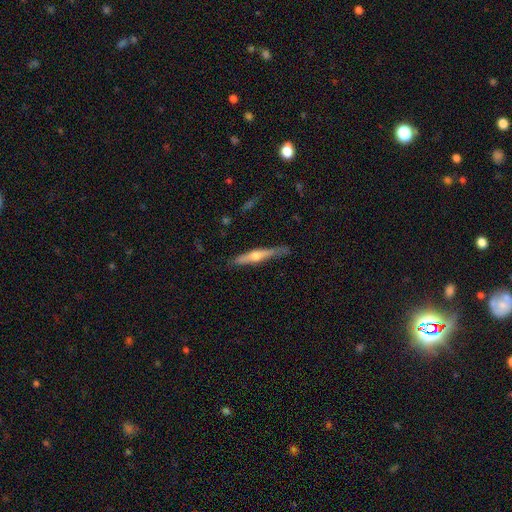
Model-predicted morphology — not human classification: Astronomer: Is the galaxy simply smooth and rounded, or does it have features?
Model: featured or disk — 61%.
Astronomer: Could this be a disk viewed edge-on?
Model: yes — 95%.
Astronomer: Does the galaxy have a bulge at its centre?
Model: rounded — 89%.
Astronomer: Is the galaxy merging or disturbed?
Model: none — 80%.